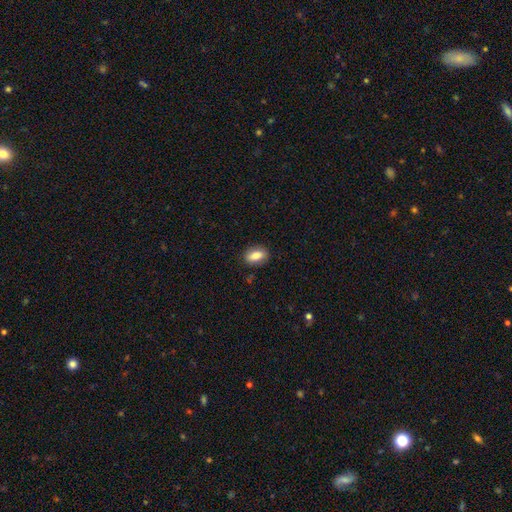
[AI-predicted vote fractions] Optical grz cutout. It shows a smooth galaxy with no disk features (82%) that is in between round and cigar-shaped (86%). Merging: none (86%).